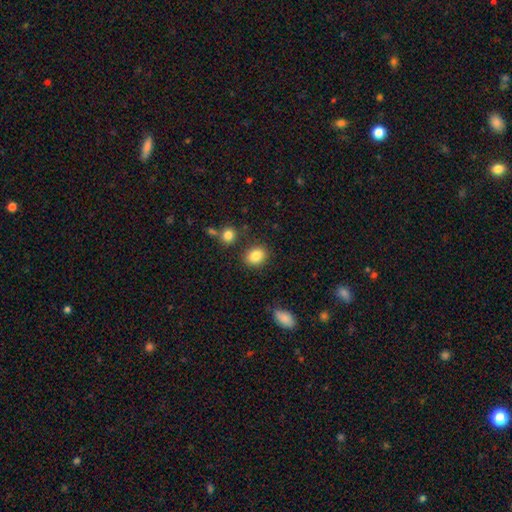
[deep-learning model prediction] A smooth galaxy with no disk features (85%) that is in between round and cigar-shaped (50%).

Vote fractions:
- Smooth or featured? smooth: 85% / star or artifact: 9% / featured or disk: 6%
- How rounded? in between: 50% / round: 49% / cigar-shaped: 1%
- Merging? none: 83% / minor disturbance: 10% / merger: 4% / major disturbance: 3%